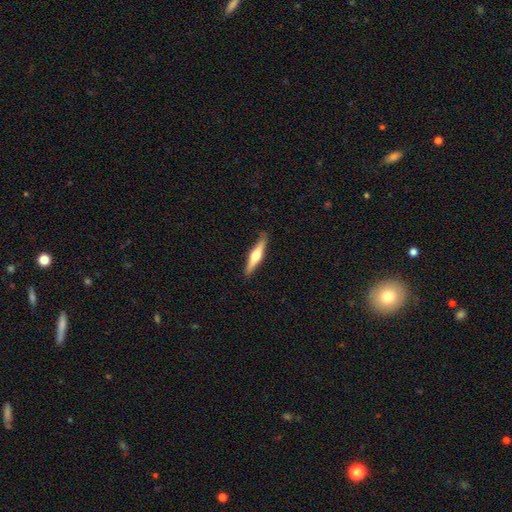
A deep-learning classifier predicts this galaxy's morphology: A featured or disk galaxy (61%) viewed edge-on (97%) with a rounded central bulge (93%).

Vote fractions:
- Smooth or featured? featured or disk: 61% / smooth: 34% / star or artifact: 5%
- Edge-on disk? yes: 97% / no: 3%
- Edge-on bulge? rounded: 93% / boxy: 4% / none: 3%
- Merging? none: 88% / minor disturbance: 9% / major disturbance: 2% / merger: 1%